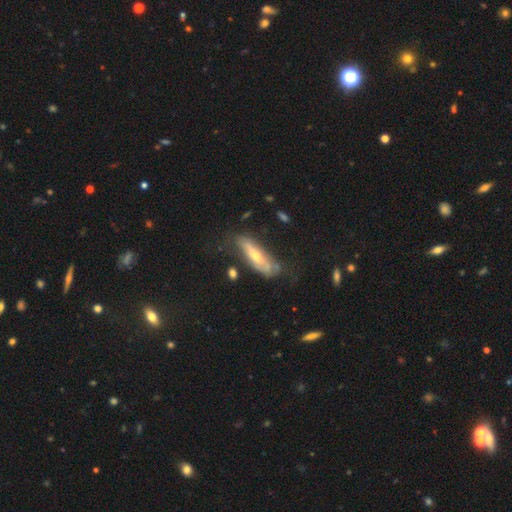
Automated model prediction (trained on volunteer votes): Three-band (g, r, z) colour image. It shows a featured or disk galaxy (59%) with not edge-on (50%, tied with yes). Merging: none (57%).